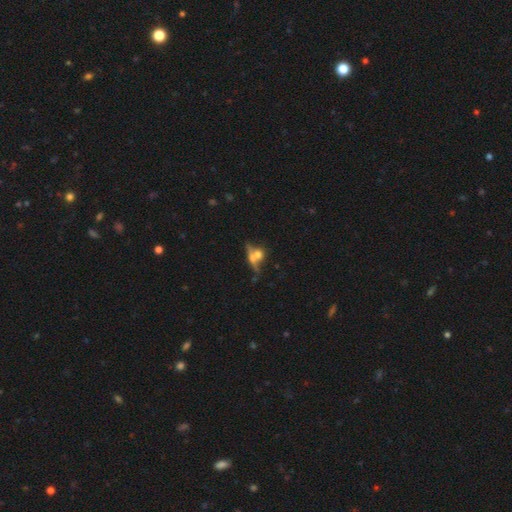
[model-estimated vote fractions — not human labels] Smooth or featured?
  - smooth: 48% *
  - featured or disk: 39%
  - star or artifact: 14%
Merging?
  - merger: 43% *
  - none: 38%
  - minor disturbance: 10%
  - major disturbance: 9%